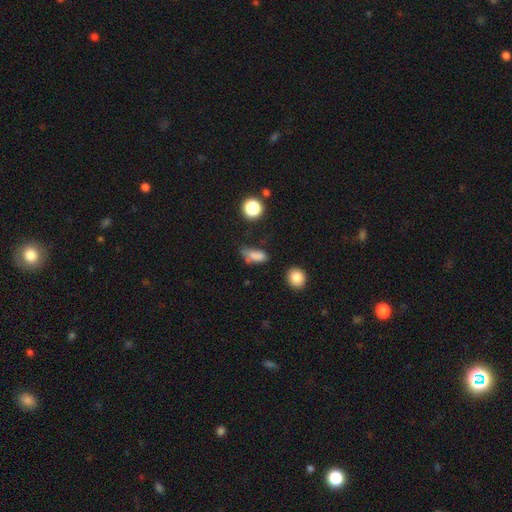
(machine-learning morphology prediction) The model was most divided on "merging": none: 39%, minor disturbance: 35%, major disturbance: 18%, merger: 9%. More confident: smooth or featured — smooth (76%); how rounded — in between (74%).